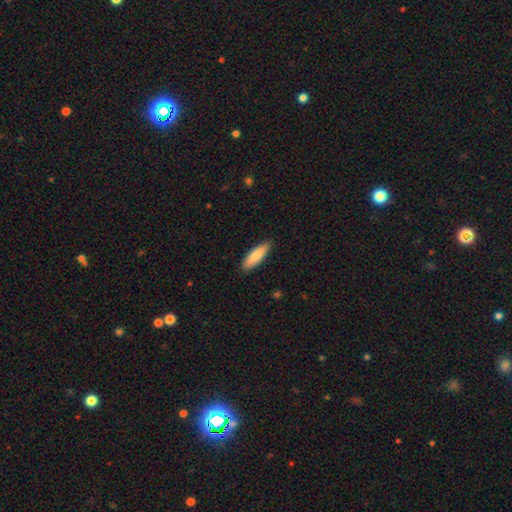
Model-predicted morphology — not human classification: smooth-or-featured: smooth: 82% | featured or disk: 13% | star or artifact: 5%
  how-rounded: cigar-shaped: 55% | in between: 43% | round: 2%
  merging: none: 89% | minor disturbance: 9% | major disturbance: 2% | merger: 1%